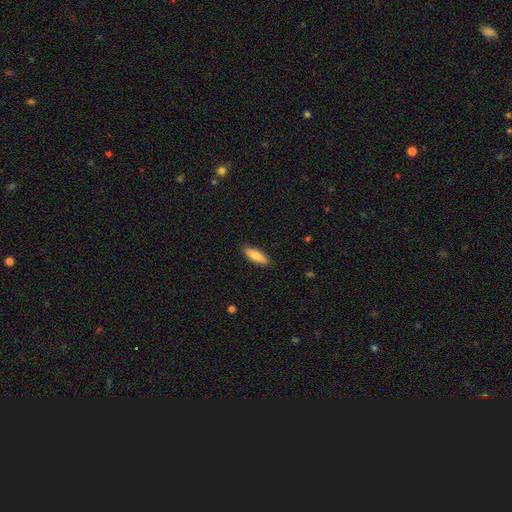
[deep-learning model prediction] Smooth or featured: smooth — 82% (featured or disk — 12%)
How rounded: in between — 58% (cigar-shaped — 40%)
Merging: none — 87% (minor disturbance — 10%)